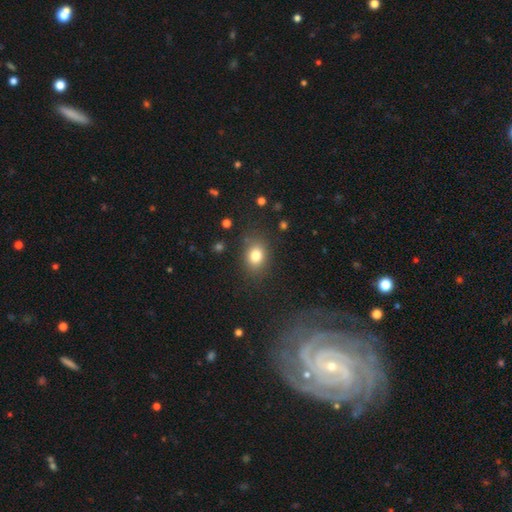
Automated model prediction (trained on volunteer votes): This appears to be a smooth galaxy with no disk features (81%) that is in between round and cigar-shaped (56%). Merging: none (82%).